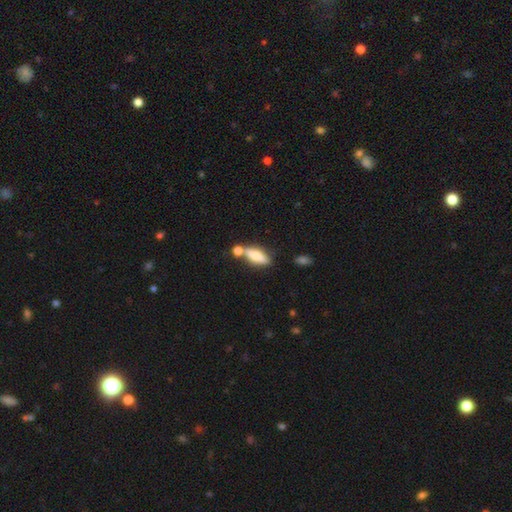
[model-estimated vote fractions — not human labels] Q: Smooth or featured?
A: smooth (63%); runner-up: featured or disk (30%)
Q: How rounded?
A: in between (59%); runner-up: cigar-shaped (37%)
Q: Merging?
A: none (55%); runner-up: merger (27%)